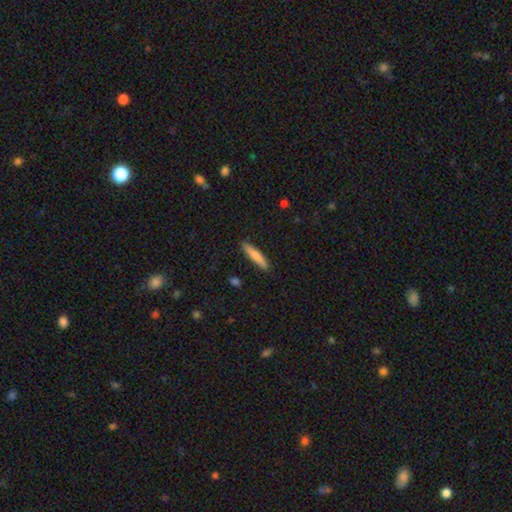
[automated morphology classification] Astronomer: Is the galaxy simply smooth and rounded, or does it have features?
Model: smooth — 77%.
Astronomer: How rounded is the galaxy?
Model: cigar-shaped — 88%.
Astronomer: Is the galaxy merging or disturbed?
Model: none — 89%.